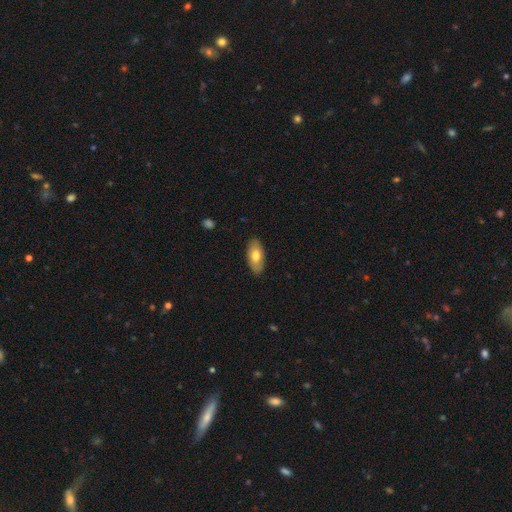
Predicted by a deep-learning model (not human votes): Smooth or featured?
  - smooth: 72% *
  - featured or disk: 22%
  - star or artifact: 6%
How rounded?
  - in between: 91% *
  - cigar-shaped: 6%
  - round: 3%
Merging?
  - none: 87% *
  - minor disturbance: 10%
  - major disturbance: 2%
  - merger: 1%